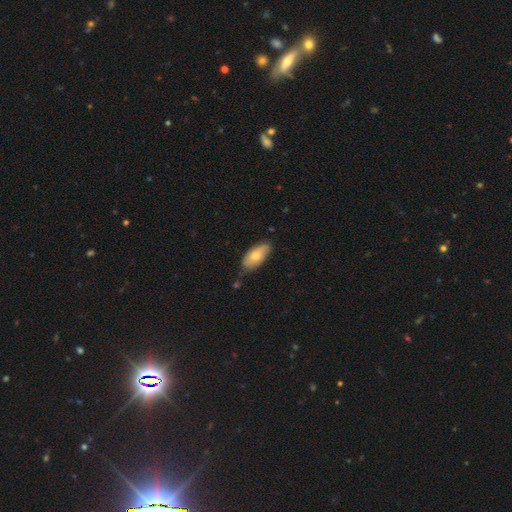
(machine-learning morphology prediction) Smooth or featured? Predicted: smooth (p=0.74). How rounded? Predicted: in between (p=0.90). Merging? Predicted: none (p=0.70).